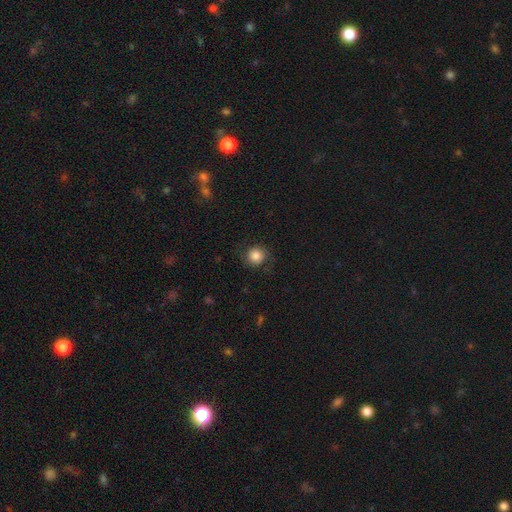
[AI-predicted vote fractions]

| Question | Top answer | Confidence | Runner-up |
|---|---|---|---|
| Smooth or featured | smooth | 81% | featured or disk (10%) |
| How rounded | round | 91% | in between (8%) |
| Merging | none | 79% | minor disturbance (14%) |